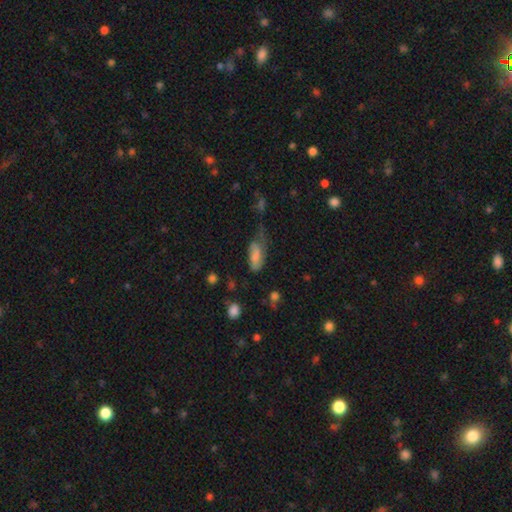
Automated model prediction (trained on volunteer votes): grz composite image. It shows a smooth galaxy with no disk features (65%) that is in between round and cigar-shaped (84%). Merging: major disturbance (38%).